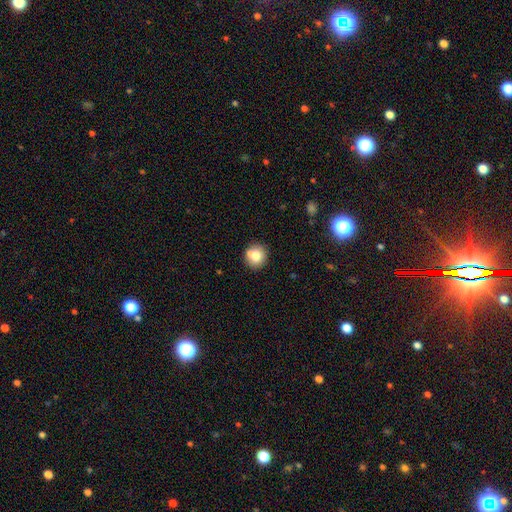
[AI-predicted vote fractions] The model was most divided on "merging": none: 70%, merger: 17%, minor disturbance: 10%, major disturbance: 3%. More confident: how rounded — round (90%); smooth or featured — smooth (74%).